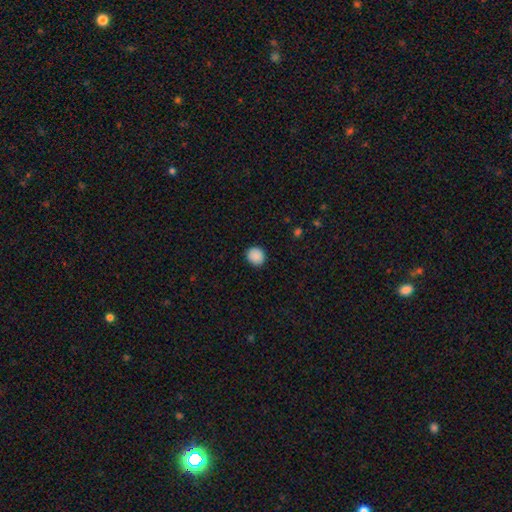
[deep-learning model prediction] Smooth or featured? smooth (89%)
How rounded? round (85%)
Merging? none (90%)